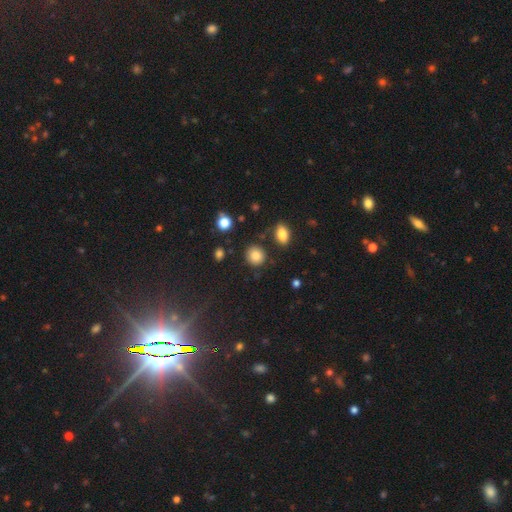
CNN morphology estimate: Smooth or featured? smooth (84%)
How rounded? round (83%)
Merging? none (82%)